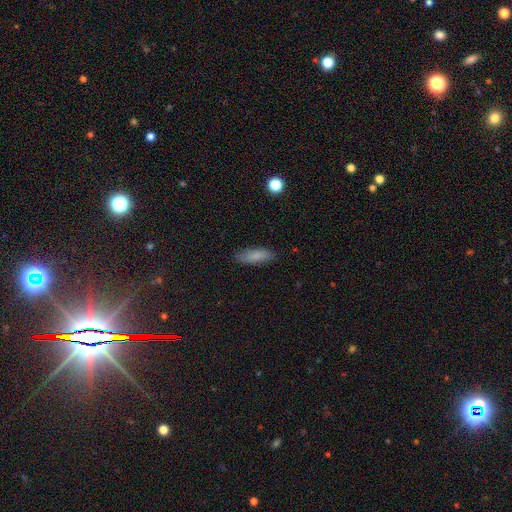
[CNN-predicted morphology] A smooth galaxy with no disk features (84%) that is in between round and cigar-shaped (54%). Merging: none (85%).